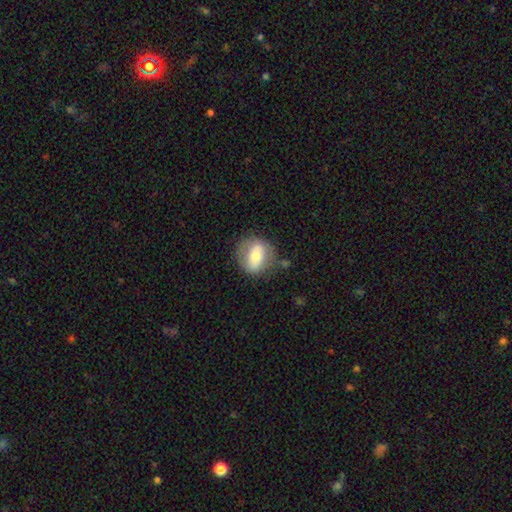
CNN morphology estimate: smooth-or-featured: smooth: 58% | featured or disk: 34% | star or artifact: 7%
  how-rounded: round: 51% | in between: 47% | cigar-shaped: 2%
  merging: none: 71% | minor disturbance: 18% | major disturbance: 8% | merger: 3%